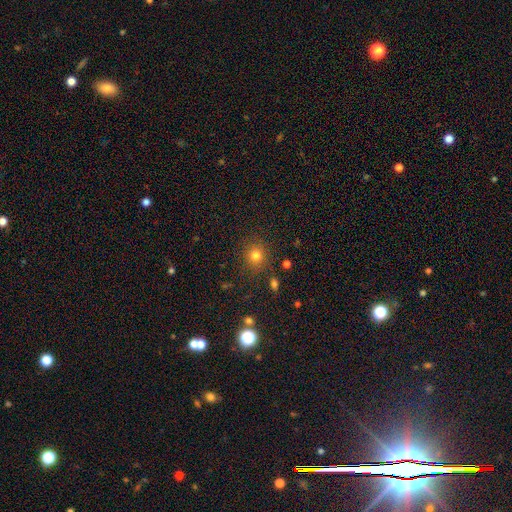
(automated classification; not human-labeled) smooth-or-featured: smooth: 79% | star or artifact: 15% | featured or disk: 6%
  how-rounded: round: 86% | in between: 13% | cigar-shaped: 1%
  merging: none: 85% | minor disturbance: 9% | major disturbance: 3% | merger: 3%